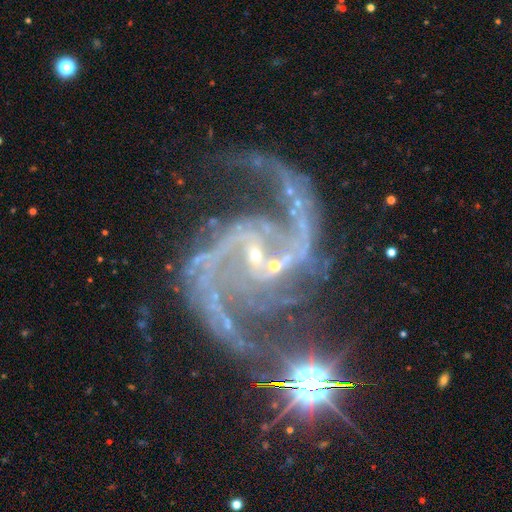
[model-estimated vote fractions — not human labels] A featured or disk galaxy (93%) with a weak bar (41%), 2 (86%) medium (51%) spiral arms (99%) and a small central bulge (83%). Merging: none (57%).